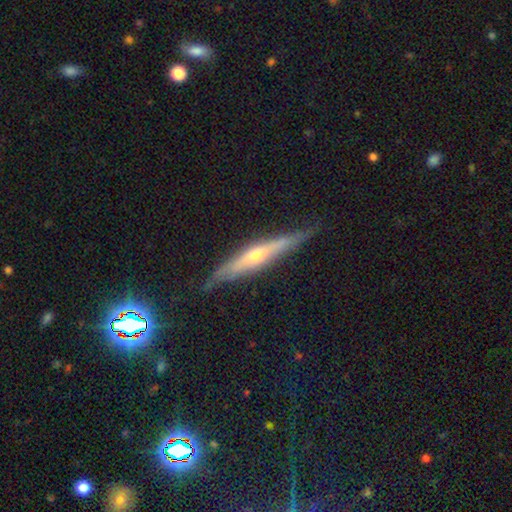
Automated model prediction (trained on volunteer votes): A featured or disk galaxy (70%) viewed edge-on (93%) with a rounded central bulge (79%). Merging: none (80%).